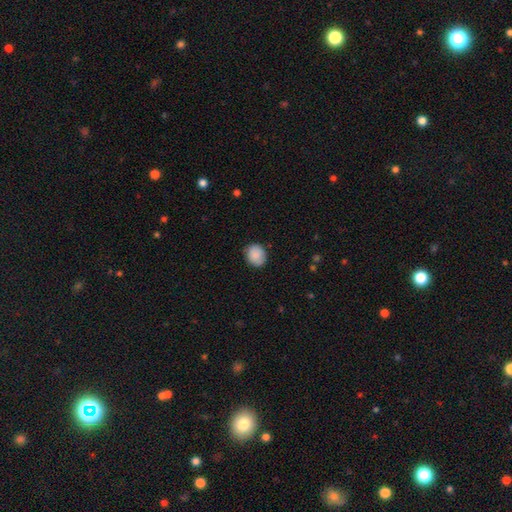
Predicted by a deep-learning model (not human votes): A smooth galaxy with no disk features (89%) that is round (63%).

Vote fractions:
- Smooth or featured? smooth: 89% / star or artifact: 7% / featured or disk: 4%
- How rounded? round: 63% / in between: 36% / cigar-shaped: 1%
- Merging? none: 82% / minor disturbance: 14% / major disturbance: 3% / merger: 1%